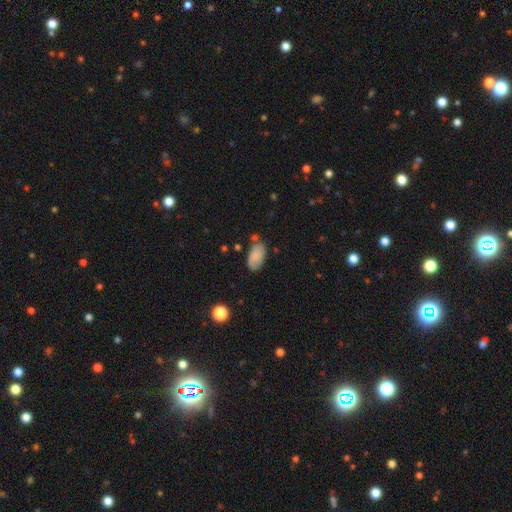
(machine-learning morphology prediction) type=smooth (79%); roundness=in between (94%); merging=none (68%).